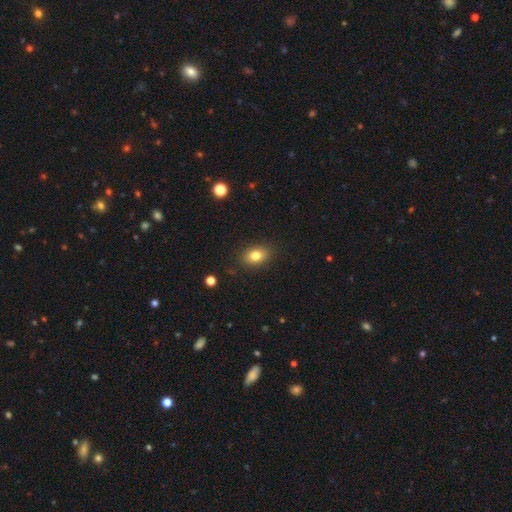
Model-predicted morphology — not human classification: A smooth galaxy with no disk features (81%) that is in between round and cigar-shaped (75%).

Vote fractions:
- Smooth or featured? smooth: 81% / star or artifact: 10% / featured or disk: 9%
- How rounded? in between: 75% / round: 23% / cigar-shaped: 1%
- Merging? none: 87% / minor disturbance: 9% / major disturbance: 3% / merger: 1%